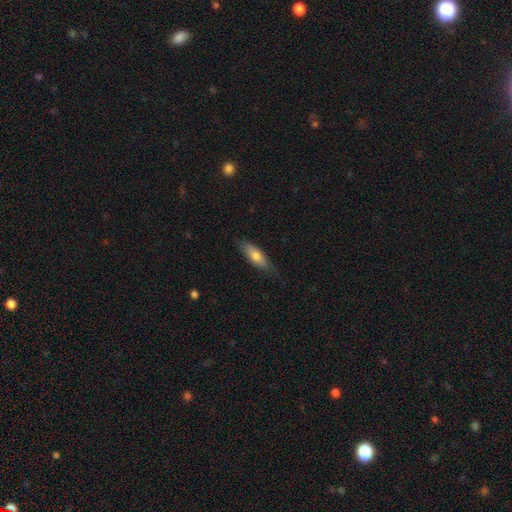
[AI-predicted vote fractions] Smooth or featured? Predicted: smooth (p=0.70). How rounded? Predicted: in between (p=0.60). Merging? Predicted: none (p=0.77).